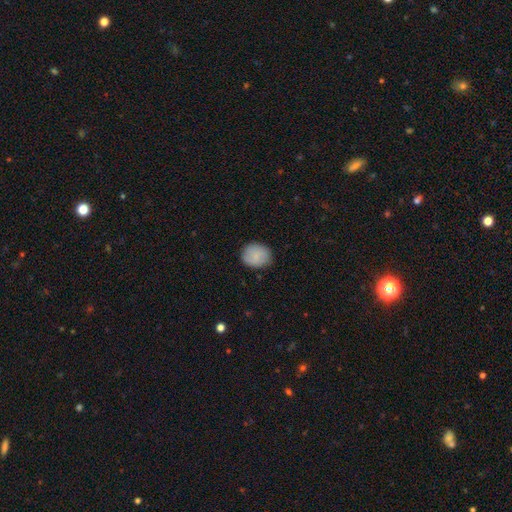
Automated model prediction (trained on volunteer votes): A smooth galaxy with no disk features (86%) that is round (69%). Merging: none (83%).